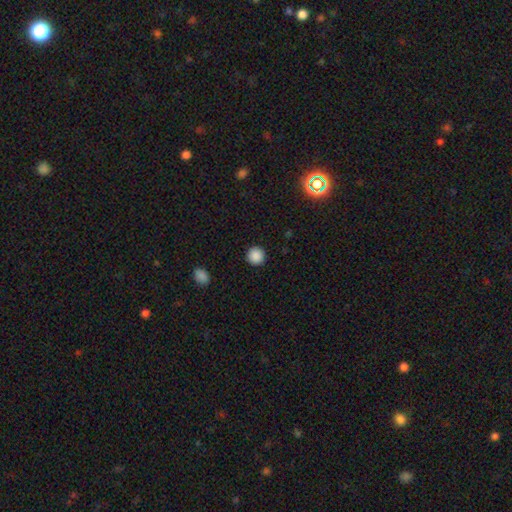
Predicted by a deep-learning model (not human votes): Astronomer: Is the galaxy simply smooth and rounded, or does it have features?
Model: smooth — 88%.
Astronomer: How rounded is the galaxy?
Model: round — 96%.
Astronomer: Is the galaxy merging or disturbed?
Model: none — 93%.